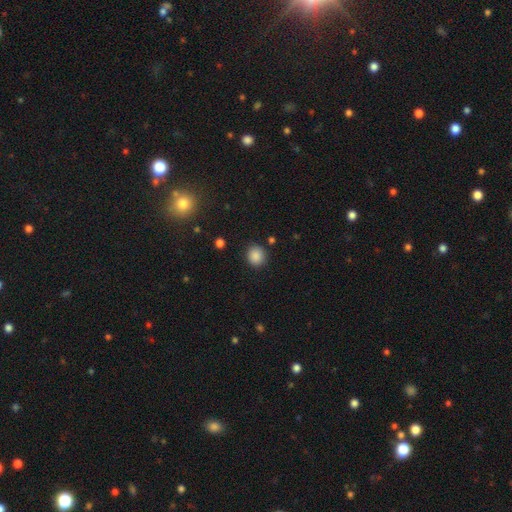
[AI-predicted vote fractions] A smooth galaxy with no disk features (87%) that is round (84%). Merging: none (88%).